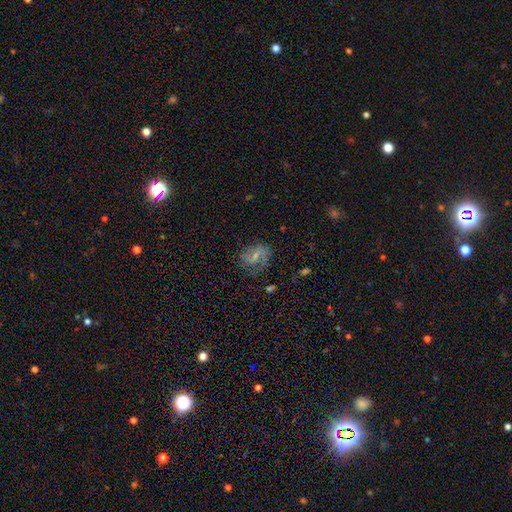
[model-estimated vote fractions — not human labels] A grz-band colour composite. It shows a featured or disk galaxy (53%) with a weak bar (45%), spiral arms (80%) and a small central bulge (55%). Merging: none (63%).